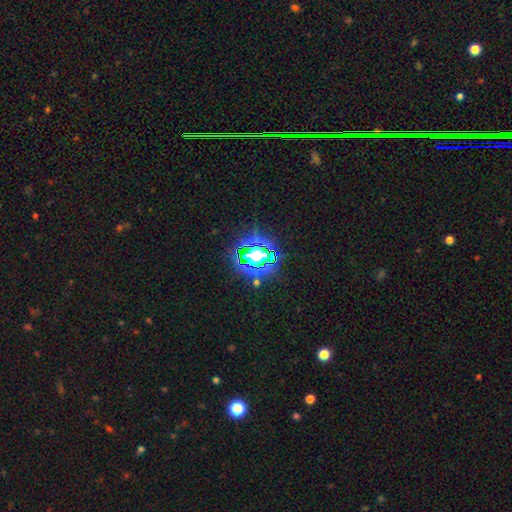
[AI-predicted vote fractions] The model was most divided on "smooth or featured": star or artifact: 67%, smooth: 20%, featured or disk: 13%.